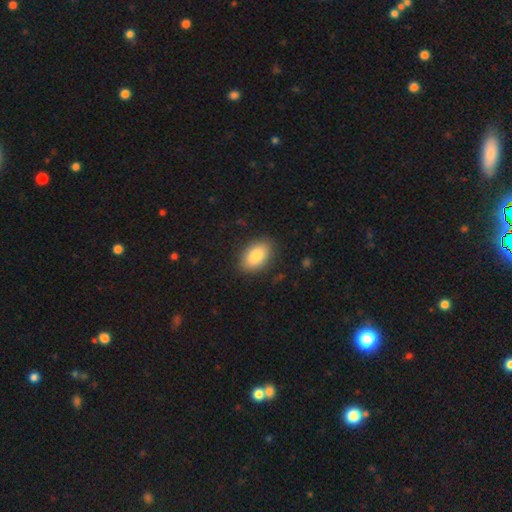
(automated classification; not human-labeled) This appears to be a smooth galaxy with no disk features (86%) that is in between round and cigar-shaped (92%). Merging: none (87%).